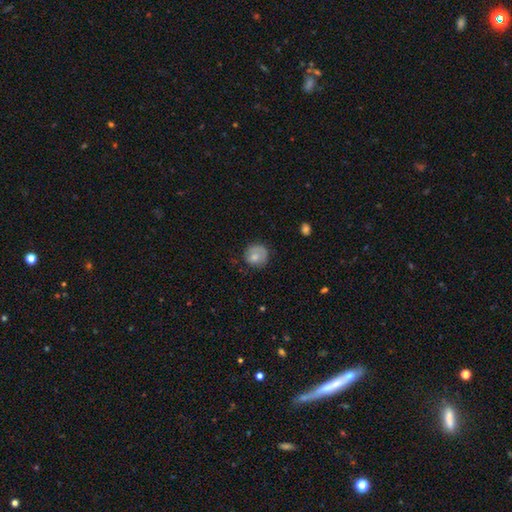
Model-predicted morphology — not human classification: A smooth galaxy with no disk features (70%) that is round (85%). Merging: none (65%).